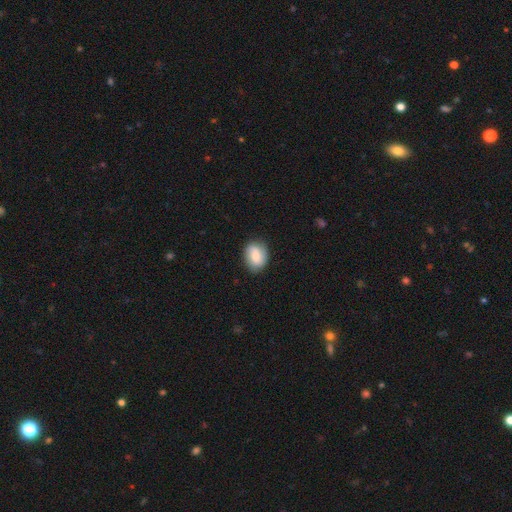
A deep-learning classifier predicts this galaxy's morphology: This is likely a smooth galaxy (72%). How rounded: possibly in between (57%). Merging: clearly none (83%).